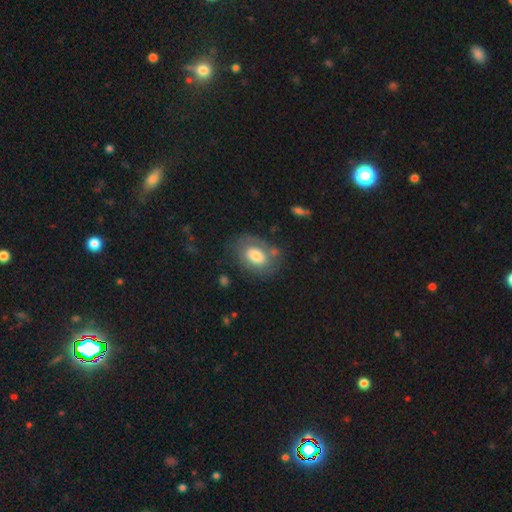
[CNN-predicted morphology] The model was most divided on "smooth or featured": smooth: 58%, featured or disk: 35%, star or artifact: 7%. More confident: how rounded — in between (80%); merging — none (63%).